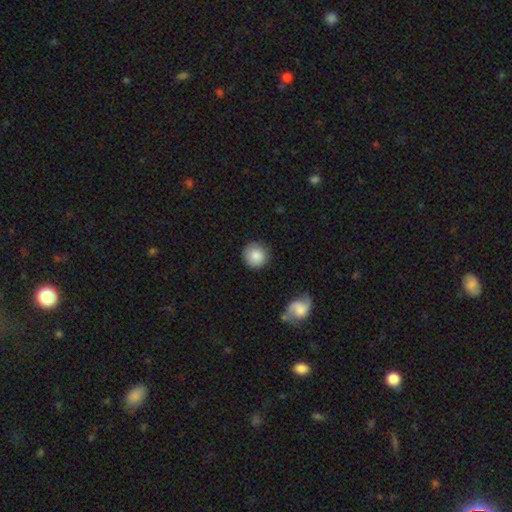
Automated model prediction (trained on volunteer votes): Morphology: type=smooth (85%); roundness=round (94%); merging=none (86%).